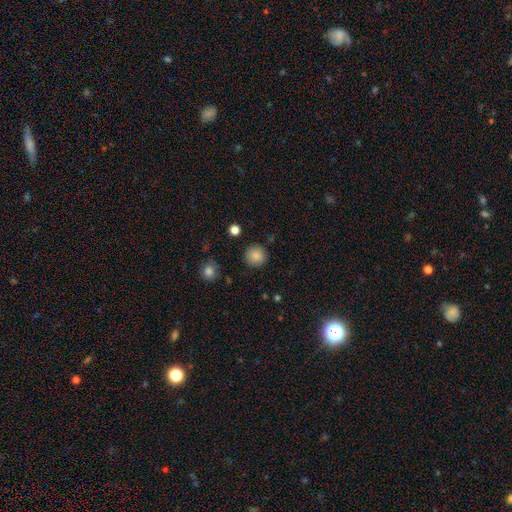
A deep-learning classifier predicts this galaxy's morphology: A smooth galaxy with no disk features (87%) that is round (94%).

Vote fractions:
- Smooth or featured? smooth: 87% / star or artifact: 9% / featured or disk: 4%
- How rounded? round: 94% / in between: 5% / cigar-shaped: 1%
- Merging? none: 89% / minor disturbance: 7% / major disturbance: 2% / merger: 2%